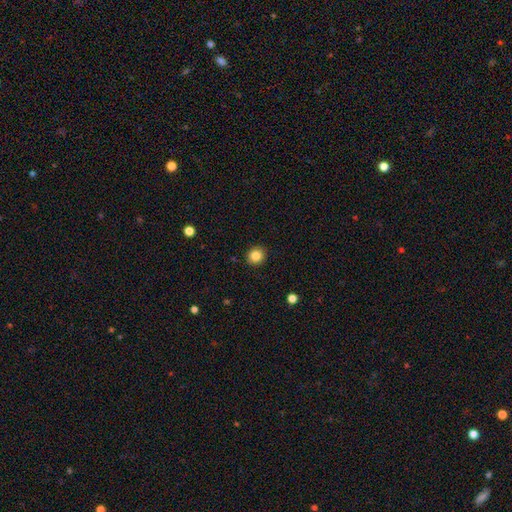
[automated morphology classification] smooth 84%, star or artifact 10%, featured or disk 5%. Down the decision tree: how rounded — round (88%); merging — none (92%).